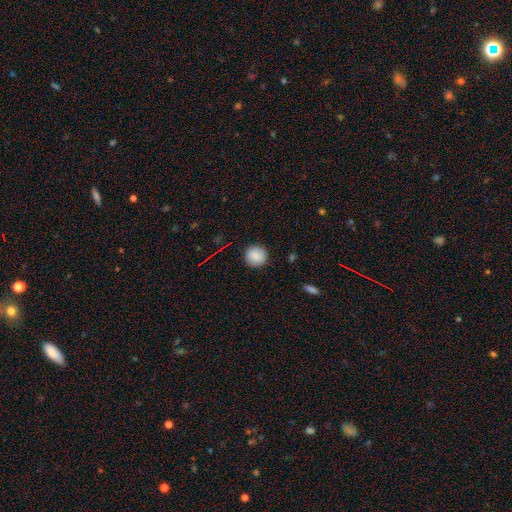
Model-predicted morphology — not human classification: A smooth galaxy with no disk features (87%) that is round (94%).

Vote fractions:
- Smooth or featured? smooth: 87% / star or artifact: 9% / featured or disk: 4%
- How rounded? round: 94% / in between: 5% / cigar-shaped: 1%
- Merging? none: 91% / minor disturbance: 6% / major disturbance: 2% / merger: 1%